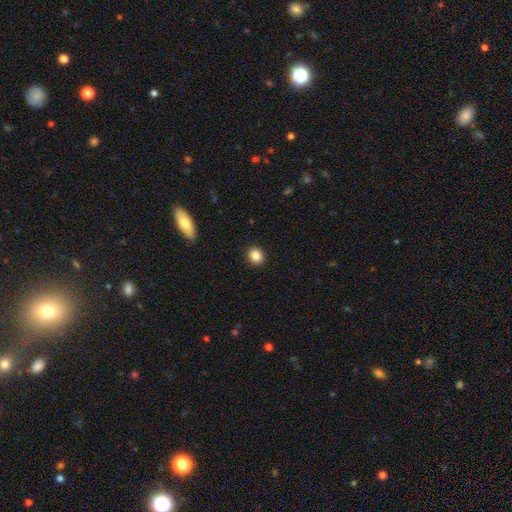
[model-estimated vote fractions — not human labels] smooth-or-featured: smooth: 85% | star or artifact: 9% | featured or disk: 5%
  how-rounded: round: 74% | in between: 25% | cigar-shaped: 1%
  merging: none: 92% | minor disturbance: 5% | major disturbance: 2% | merger: 1%